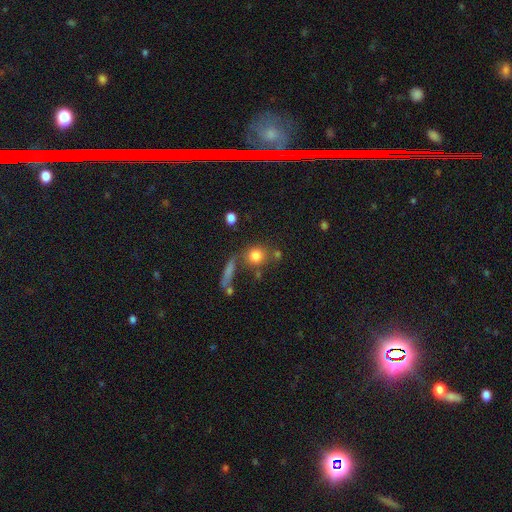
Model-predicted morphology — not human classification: smooth 79%, star or artifact 11%, featured or disk 10%. Down the decision tree: how rounded — round (79%); merging — none (66%).